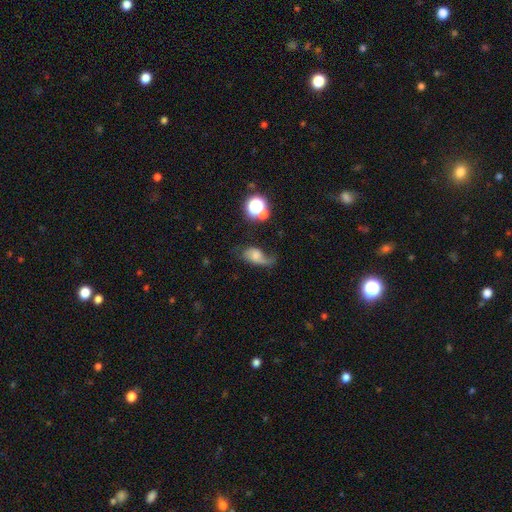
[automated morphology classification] A featured or disk galaxy (53%) with no bar (62%), spiral arms (87%) and a small central bulge (30%).

Vote fractions:
- Smooth or featured? featured or disk: 53% / smooth: 34% / star or artifact: 12%
- Edge-on disk? no: 94% / yes: 6%
- Bar? no: 62% / weak: 31% / strong: 7%
- Spiral arms? yes: 87% / no: 13%
- Bulge size? small: 30% / moderate: 28% / none: 24% / large: 12% / dominant: 5%
- Merging? none: 35% / major disturbance: 31% / minor disturbance: 29% / merger: 5%